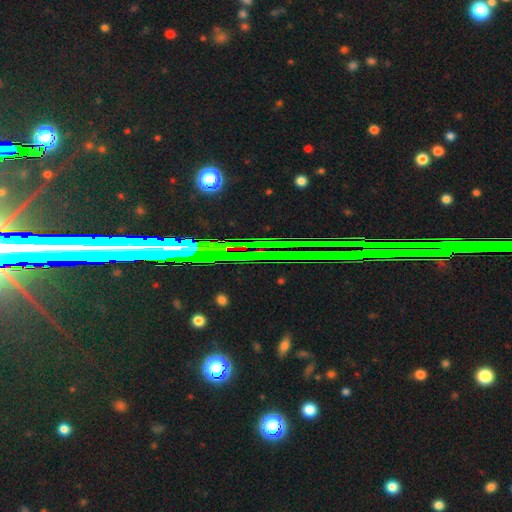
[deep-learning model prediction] star or artifact 77%, featured or disk 13%, smooth 10%.